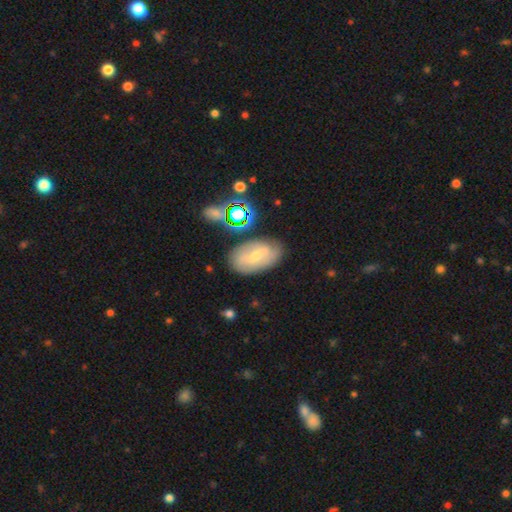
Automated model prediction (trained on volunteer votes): smooth_or_featured: featured or disk (p=0.50) [alt: smooth p=0.40]
disk_edge_on: no (p=0.91) [alt: yes p=0.09]
merging: none (p=0.73) [alt: minor disturbance p=0.17]